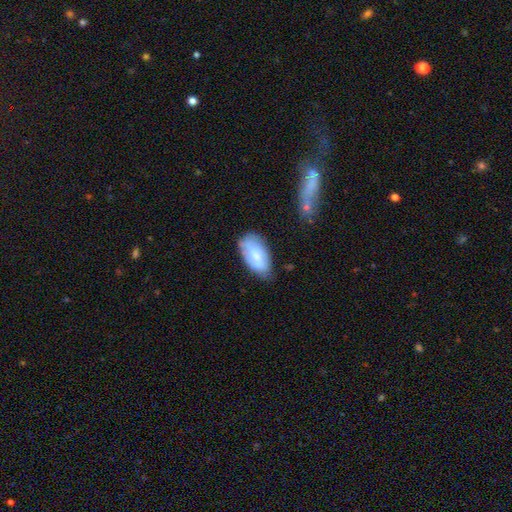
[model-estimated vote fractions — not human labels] smooth-or-featured: smooth: 61% | featured or disk: 31% | star or artifact: 7%
  how-rounded: in between: 93% | cigar-shaped: 4% | round: 3%
  merging: none: 61% | minor disturbance: 29% | major disturbance: 7% | merger: 3%